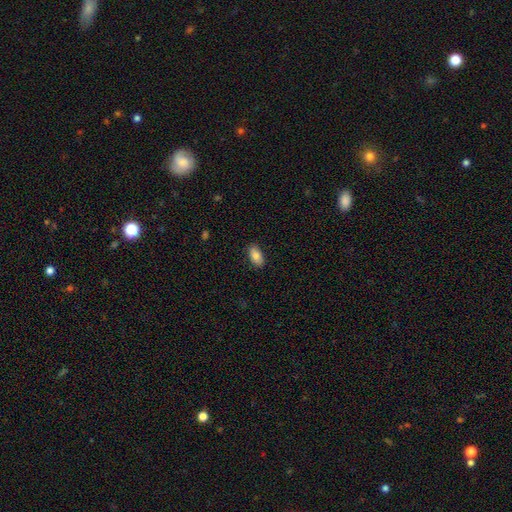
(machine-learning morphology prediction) Q: Smooth or featured?
A: smooth (83%); runner-up: featured or disk (10%)
Q: How rounded?
A: in between (92%); runner-up: cigar-shaped (4%)
Q: Merging?
A: none (87%); runner-up: minor disturbance (10%)